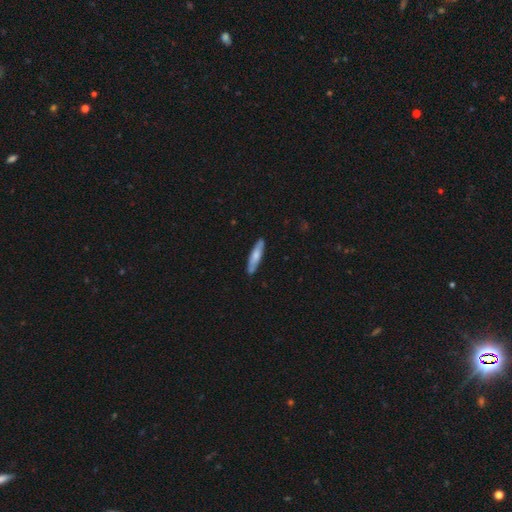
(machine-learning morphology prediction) smooth_or_featured: smooth (p=0.65) [alt: featured or disk p=0.30]
how_rounded: cigar-shaped (p=0.81) [alt: in between p=0.17]
merging: none (p=0.83) [alt: minor disturbance p=0.13]